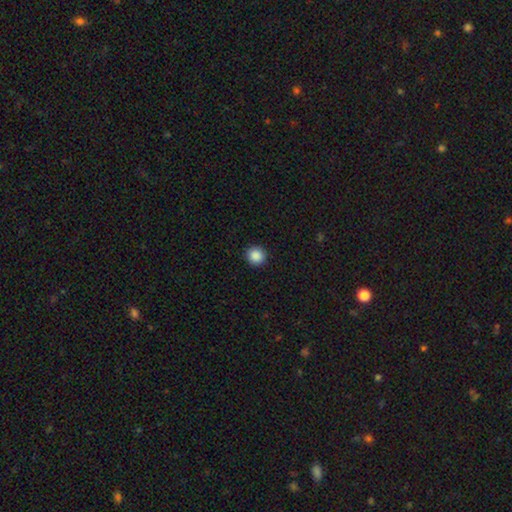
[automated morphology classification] Q: Smooth or featured?
A: smooth (88%); runner-up: star or artifact (9%)
Q: How rounded?
A: round (94%); runner-up: in between (5%)
Q: Merging?
A: none (92%); runner-up: minor disturbance (5%)